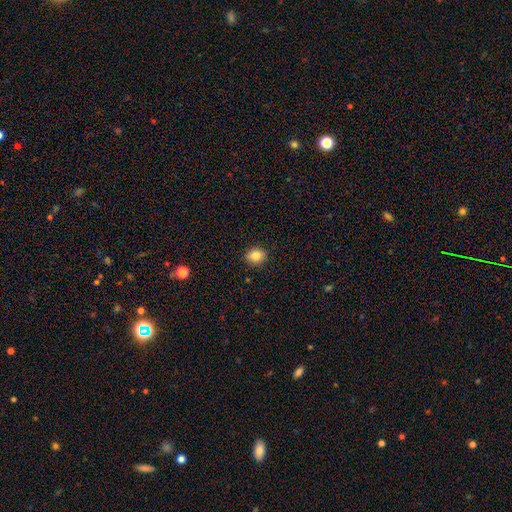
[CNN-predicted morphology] smooth-or-featured: smooth: 83% | star or artifact: 10% | featured or disk: 7%
  how-rounded: round: 59% | in between: 40% | cigar-shaped: 1%
  merging: none: 89% | minor disturbance: 8% | major disturbance: 2% | merger: 1%